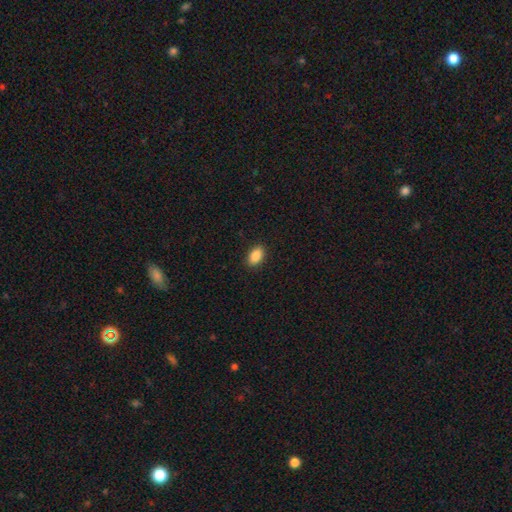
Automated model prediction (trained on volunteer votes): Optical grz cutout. It shows a smooth galaxy with no disk features (89%) that is in between round and cigar-shaped (91%). Merging: none (90%).